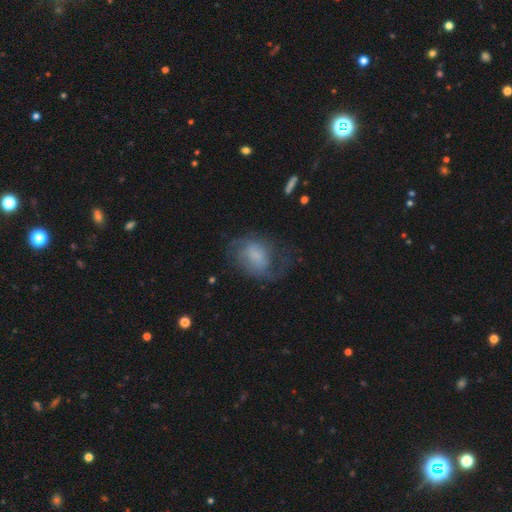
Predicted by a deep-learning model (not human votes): Q: Smooth or featured?
A: featured or disk (57%); runner-up: smooth (34%)
Q: Edge-on disk?
A: no (97%); runner-up: yes (3%)
Q: Bar?
A: no (58%); runner-up: weak (35%)
Q: Spiral arms?
A: yes (81%); runner-up: no (19%)
Q: Bulge size?
A: none (33%); runner-up: small (24%)
Q: Merging?
A: none (49%); runner-up: major disturbance (27%)